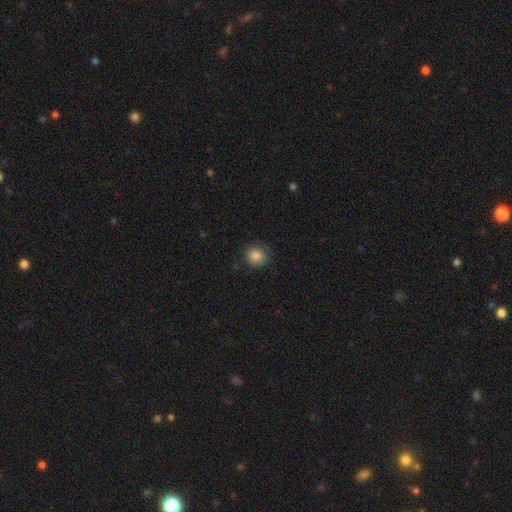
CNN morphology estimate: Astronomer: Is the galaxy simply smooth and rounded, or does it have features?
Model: smooth — 85%.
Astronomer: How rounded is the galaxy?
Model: round — 89%.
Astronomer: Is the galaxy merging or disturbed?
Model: none — 83%.